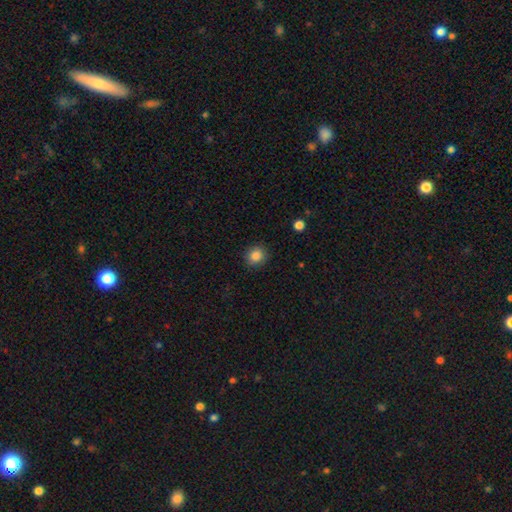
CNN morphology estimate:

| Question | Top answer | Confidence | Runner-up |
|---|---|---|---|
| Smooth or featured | smooth | 86% | star or artifact (10%) |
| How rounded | round | 80% | in between (19%) |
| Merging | none | 88% | minor disturbance (8%) |